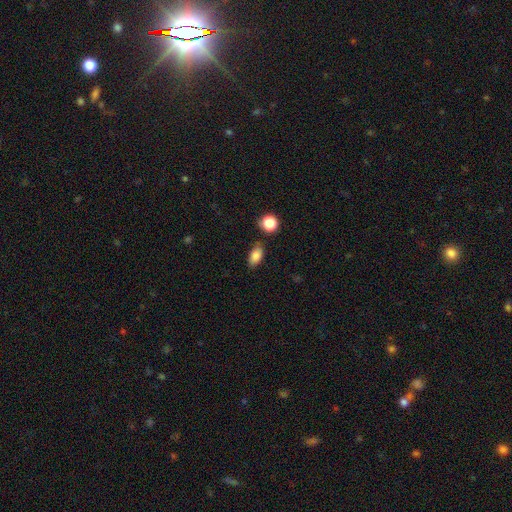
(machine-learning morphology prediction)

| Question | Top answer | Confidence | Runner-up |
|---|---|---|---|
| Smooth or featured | smooth | 84% | star or artifact (9%) |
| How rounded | in between | 88% | round (10%) |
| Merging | none | 79% | minor disturbance (14%) |